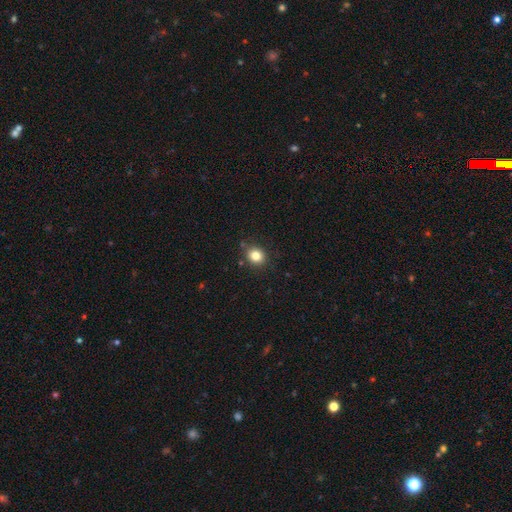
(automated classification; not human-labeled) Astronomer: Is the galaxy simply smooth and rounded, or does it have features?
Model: smooth — 82%.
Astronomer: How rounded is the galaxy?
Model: round — 72%.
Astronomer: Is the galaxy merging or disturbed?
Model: none — 86%.